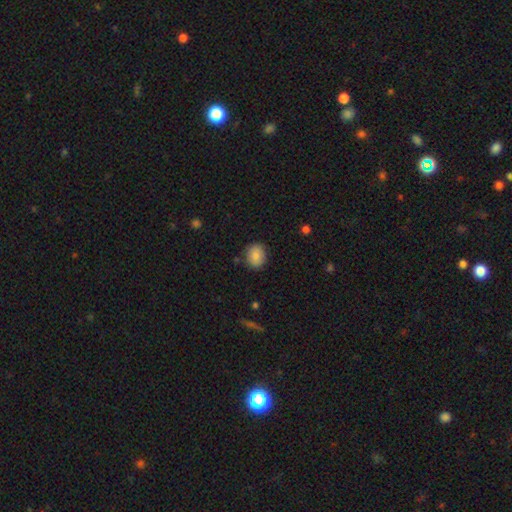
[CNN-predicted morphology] The model was most divided on "how rounded": round: 59%, in between: 40%, cigar-shaped: 1%. More confident: merging — none (86%); smooth or featured — smooth (86%).